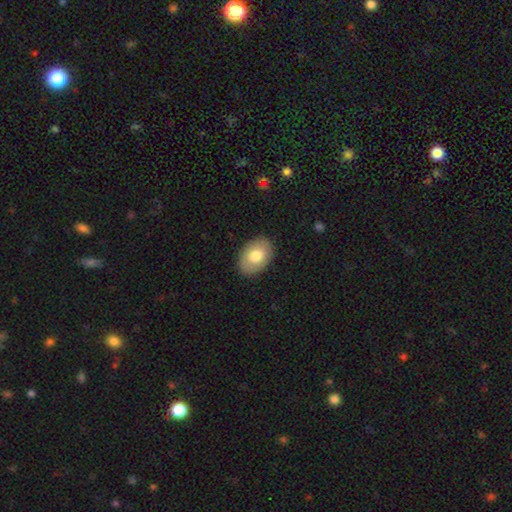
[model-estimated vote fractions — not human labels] A smooth galaxy with no disk features (74%) that is in between round and cigar-shaped (85%). Merging: none (87%).